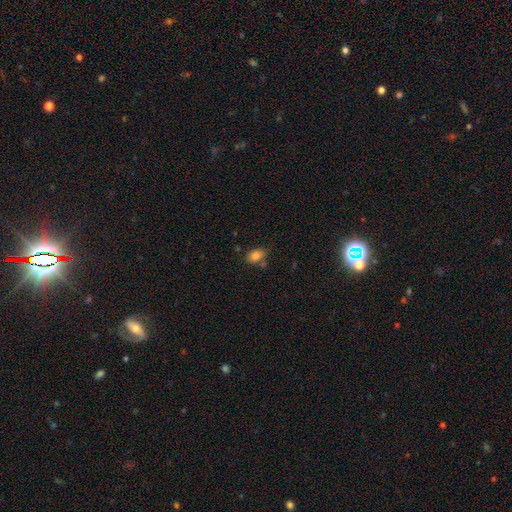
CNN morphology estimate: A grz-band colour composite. It shows a smooth galaxy with no disk features (84%) that is in between round and cigar-shaped (78%). Merging: none (63%).